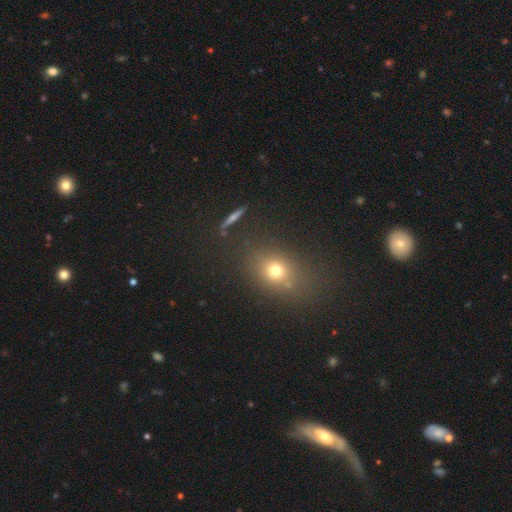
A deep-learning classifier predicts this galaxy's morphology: smooth 56%, star or artifact 31%, featured or disk 14%. Down the decision tree: how rounded — in between (53%); merging — none (74%).